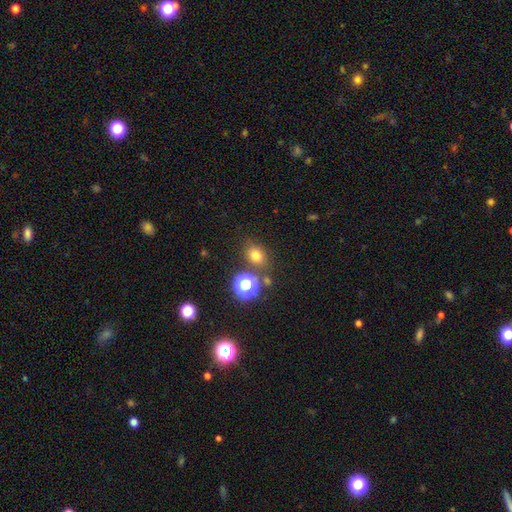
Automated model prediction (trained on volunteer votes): A smooth galaxy with no disk features (73%) that is round (55%). Merging: none (77%).